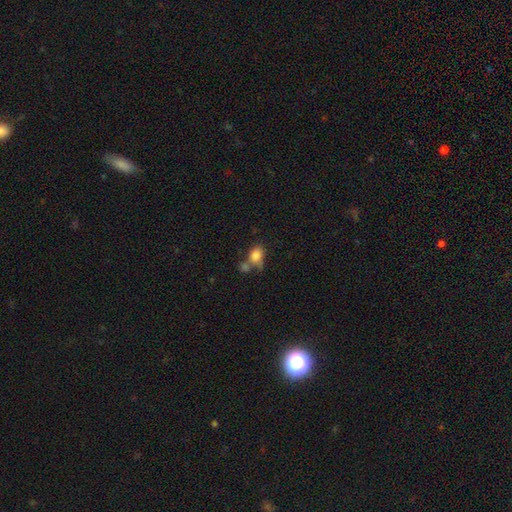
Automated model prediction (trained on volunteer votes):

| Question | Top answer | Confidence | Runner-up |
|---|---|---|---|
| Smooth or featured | smooth | 81% | featured or disk (10%) |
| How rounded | in between | 62% | round (36%) |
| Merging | none | 39% | merger (34%) |